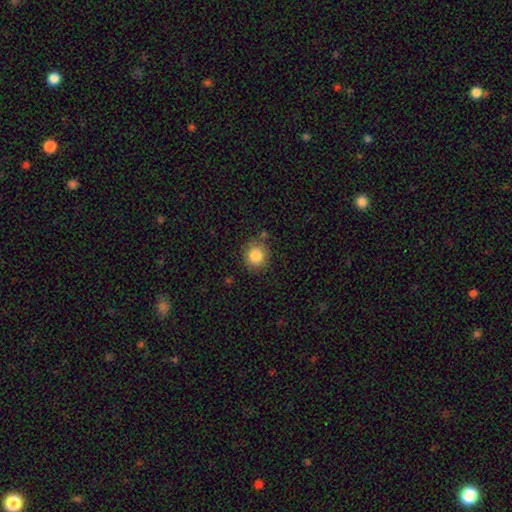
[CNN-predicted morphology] smooth 85%, star or artifact 9%, featured or disk 5%. Down the decision tree: how rounded — round (87%); merging — none (82%).